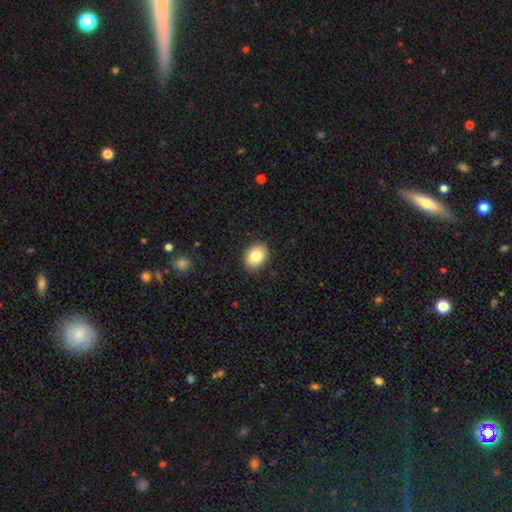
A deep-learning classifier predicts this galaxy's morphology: Smooth or featured? smooth (81%)
How rounded? in between (72%)
Merging? none (89%)